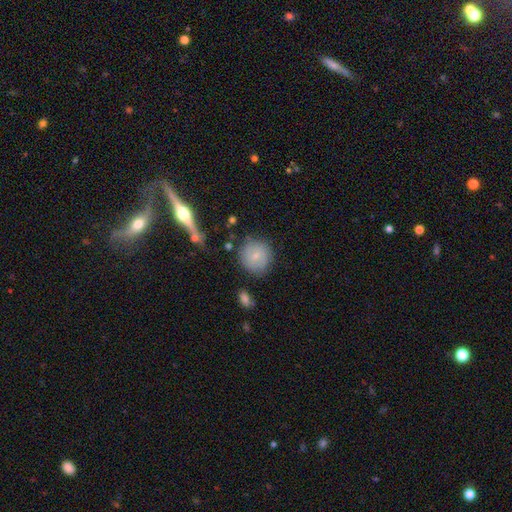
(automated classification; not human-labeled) A smooth galaxy with no disk features (69%) that is round (91%).

Vote fractions:
- Smooth or featured? smooth: 69% / featured or disk: 23% / star or artifact: 8%
- How rounded? round: 91% / in between: 8% / cigar-shaped: 1%
- Merging? none: 79% / minor disturbance: 13% / major disturbance: 4% / merger: 3%